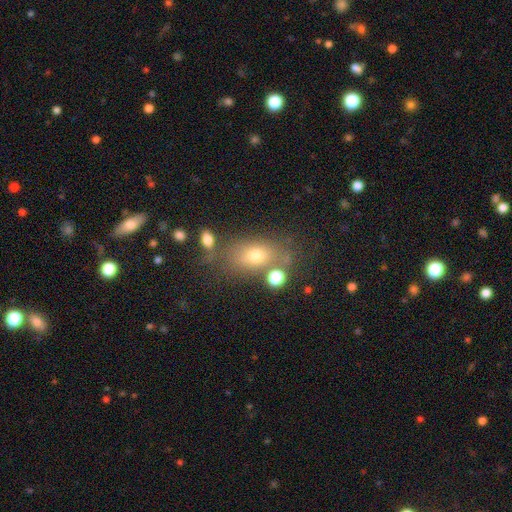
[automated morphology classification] A smooth galaxy with no disk features (70%) that is in between round and cigar-shaped (80%).

Vote fractions:
- Smooth or featured? smooth: 70% / featured or disk: 17% / star or artifact: 13%
- How rounded? in between: 80% / round: 16% / cigar-shaped: 4%
- Merging? none: 63% / minor disturbance: 17% / merger: 12% / major disturbance: 8%